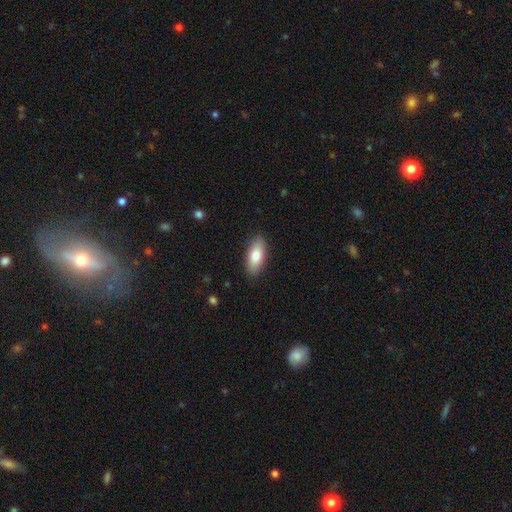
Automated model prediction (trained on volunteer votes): This is likely a smooth galaxy (80%). How rounded: clearly in between (84%). Merging: clearly none (88%).